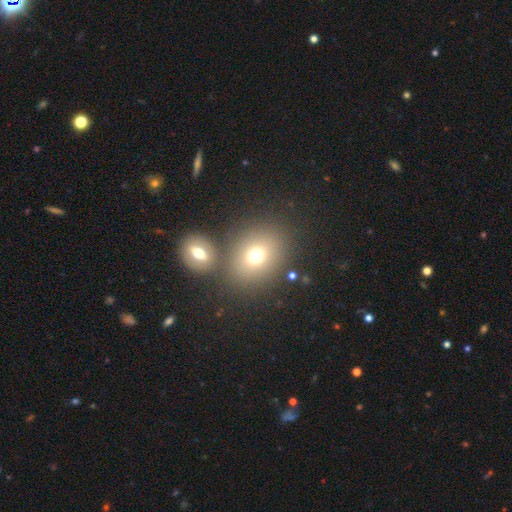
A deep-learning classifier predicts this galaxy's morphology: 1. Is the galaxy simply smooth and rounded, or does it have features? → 72% smooth, 14% star or artifact, 14% featured or disk.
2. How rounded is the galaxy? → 55% round, 44% in between, 1% cigar-shaped.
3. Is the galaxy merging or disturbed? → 64% none, 22% merger, 9% minor disturbance, 4% major disturbance.